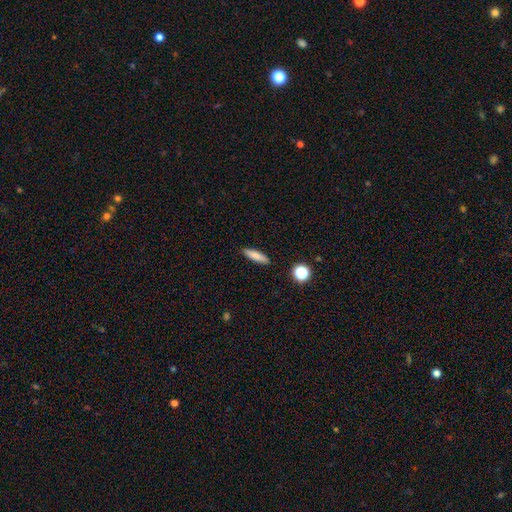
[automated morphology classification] A smooth galaxy with no disk features (79%) that is cigar-shaped (74%).

Vote fractions:
- Smooth or featured? smooth: 79% / featured or disk: 13% / star or artifact: 8%
- How rounded? cigar-shaped: 74% / in between: 24% / round: 3%
- Merging? none: 88% / minor disturbance: 8% / major disturbance: 2% / merger: 2%